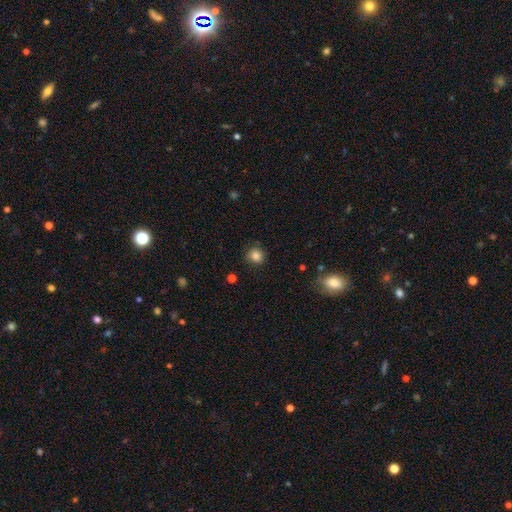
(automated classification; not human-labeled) This is clearly a smooth galaxy (84%). How rounded: clearly round (89%). Merging: clearly none (82%).